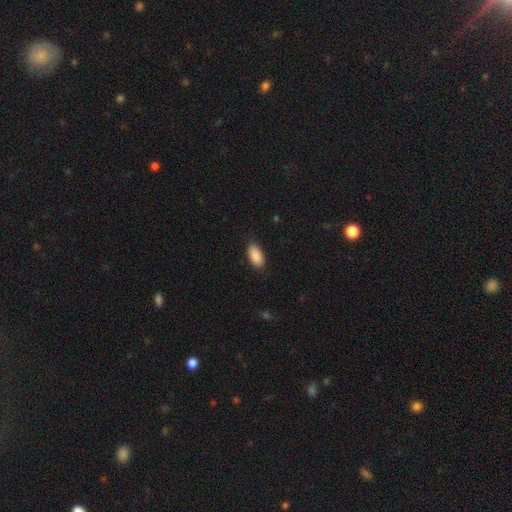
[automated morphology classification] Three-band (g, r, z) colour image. It shows a smooth galaxy with no disk features (89%) that is in between round and cigar-shaped (93%). Merging: none (85%).